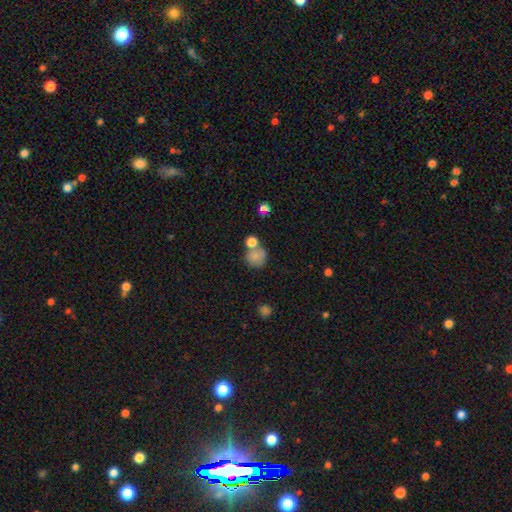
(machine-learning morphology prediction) Smooth or featured? smooth (79%)
How rounded? round (83%)
Merging? none (50%)